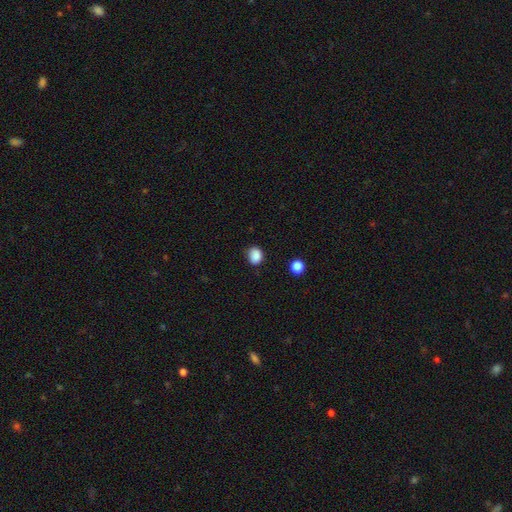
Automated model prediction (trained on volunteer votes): Smooth or featured: smooth — 87% (star or artifact — 10%)
How rounded: round — 57% (in between — 42%)
Merging: none — 79% (minor disturbance — 16%)